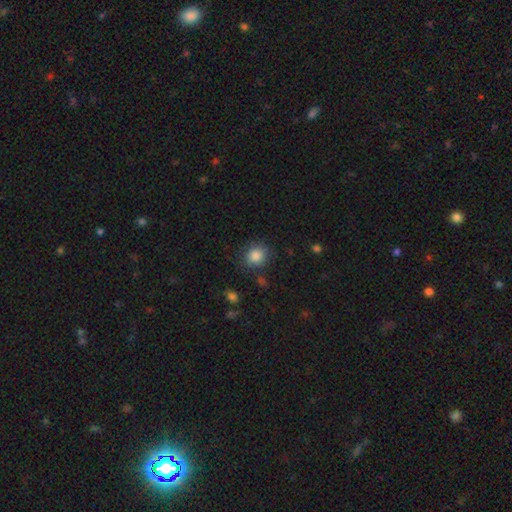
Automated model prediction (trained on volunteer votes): Smooth or featured? smooth (85%)
How rounded? round (84%)
Merging? none (82%)